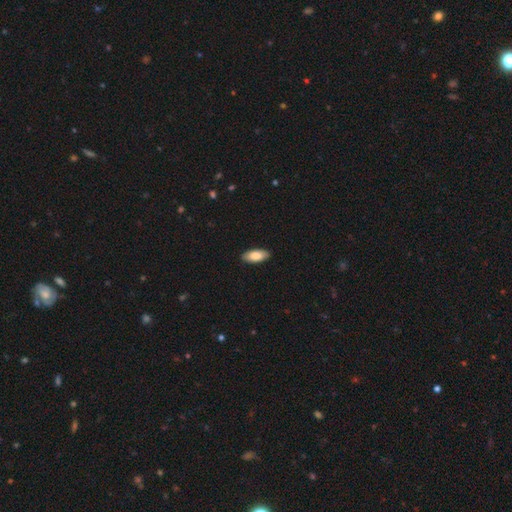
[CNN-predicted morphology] Overall: smooth (85%). How rounded: in between (88%). Merging: none (89%).